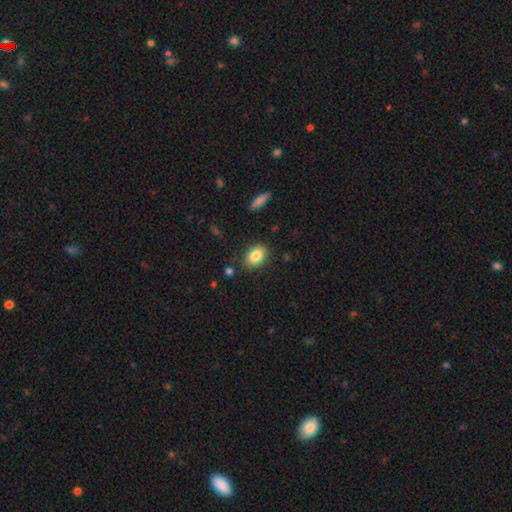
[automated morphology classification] Smooth or featured: smooth — 84% (featured or disk — 8%)
How rounded: in between — 80% (round — 18%)
Merging: none — 85% (minor disturbance — 10%)